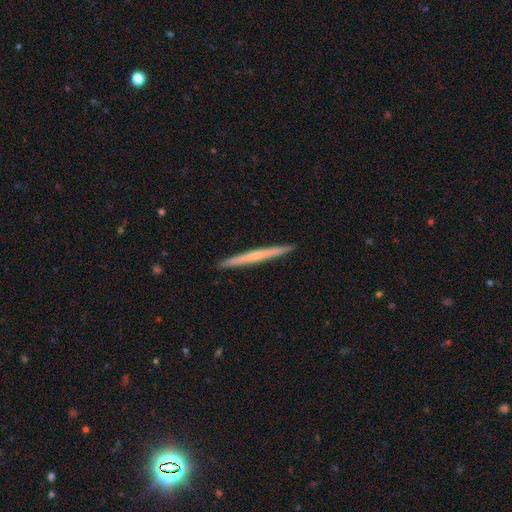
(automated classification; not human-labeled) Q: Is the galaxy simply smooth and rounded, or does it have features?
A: featured or disk — 53%.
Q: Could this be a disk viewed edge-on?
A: yes — 98%.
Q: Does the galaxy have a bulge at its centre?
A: none — 71%.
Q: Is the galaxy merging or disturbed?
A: none — 93%.